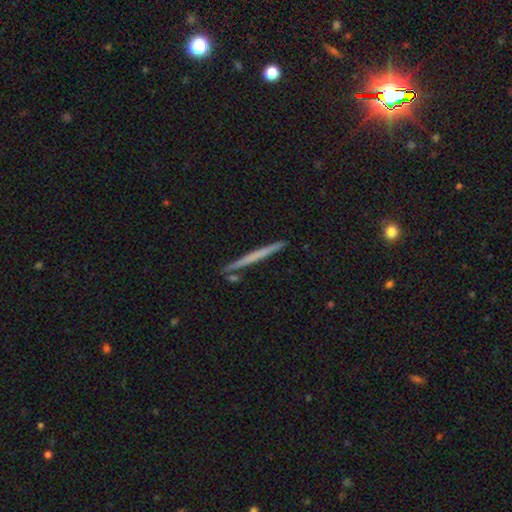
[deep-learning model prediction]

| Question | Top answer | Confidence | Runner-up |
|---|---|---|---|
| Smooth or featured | featured or disk | 48% | smooth (46%) |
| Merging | none | 90% | minor disturbance (6%) |